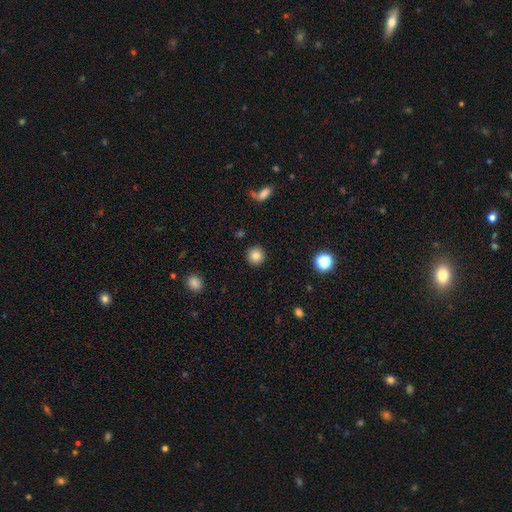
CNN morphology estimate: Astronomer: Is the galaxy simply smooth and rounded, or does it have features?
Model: smooth — 85%.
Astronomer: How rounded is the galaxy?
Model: round — 94%.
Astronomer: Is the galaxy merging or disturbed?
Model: none — 91%.